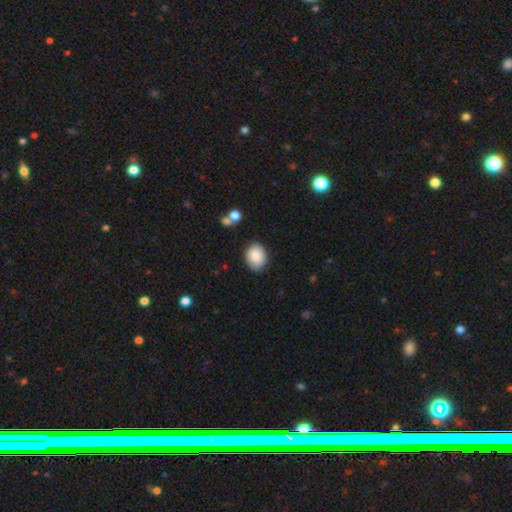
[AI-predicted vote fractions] smooth_or_featured: smooth (p=0.84) [alt: featured or disk p=0.09]
how_rounded: in between (p=0.55) [alt: round p=0.44]
merging: none (p=0.81) [alt: minor disturbance p=0.14]